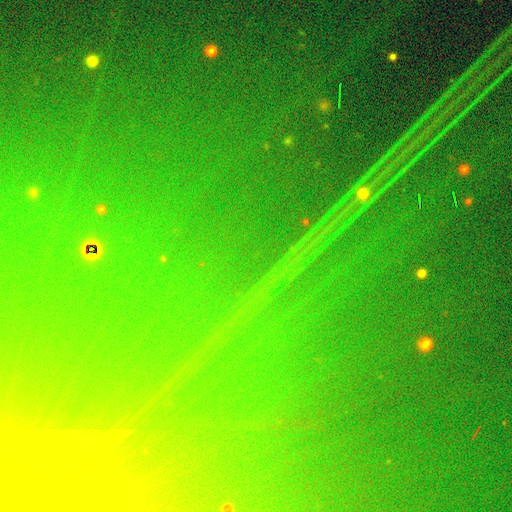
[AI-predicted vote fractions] Smooth or featured? star or artifact (87%)